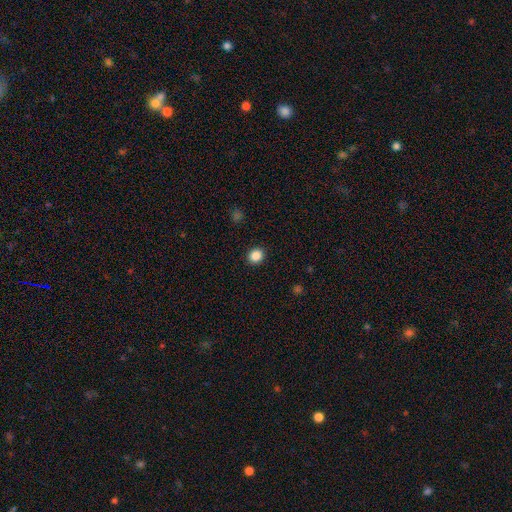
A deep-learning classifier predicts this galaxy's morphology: This is clearly a smooth galaxy (86%). How rounded: likely round (78%). Merging: clearly none (92%).